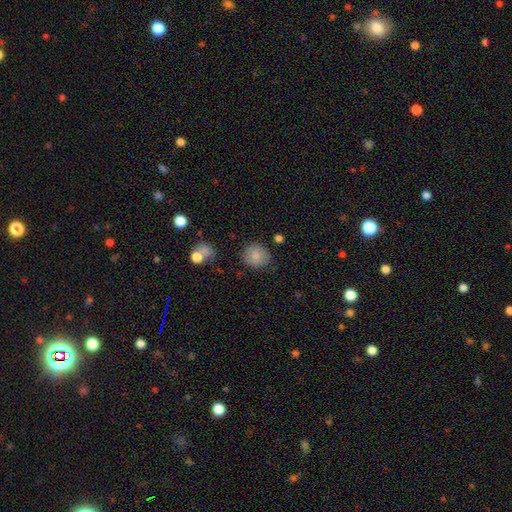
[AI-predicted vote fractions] This is clearly a smooth galaxy (83%). How rounded: clearly round (82%). Merging: likely none (79%).